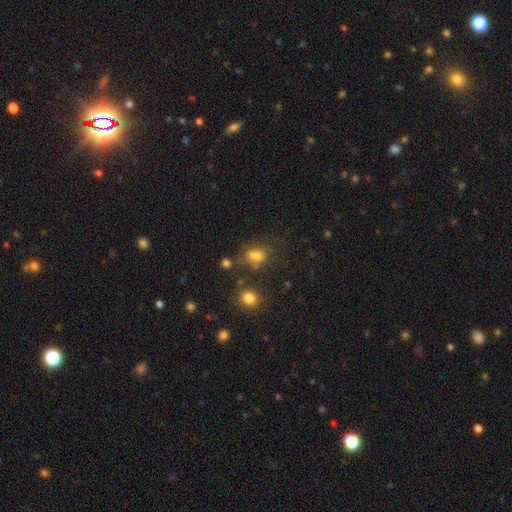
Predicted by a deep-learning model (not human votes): This appears to be a smooth galaxy with no disk features (70%) that is in between round and cigar-shaped (63%). Merging: none (50%).